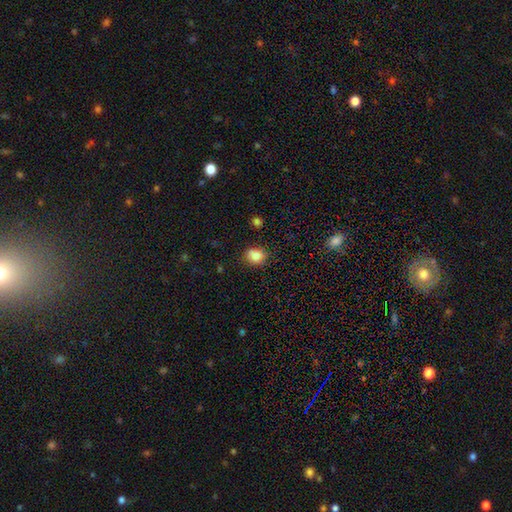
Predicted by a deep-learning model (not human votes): Smooth or featured? smooth (83%)
How rounded? round (57%)
Merging? none (75%)